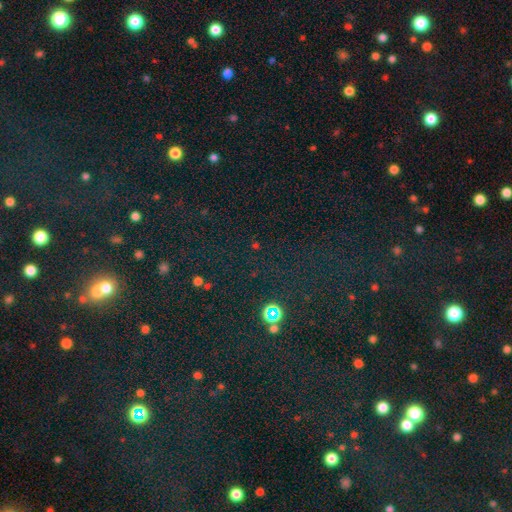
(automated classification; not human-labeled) A star or artifact, not a galaxy (70%).